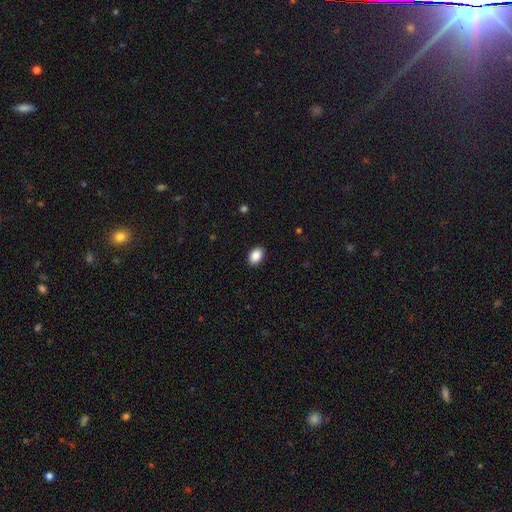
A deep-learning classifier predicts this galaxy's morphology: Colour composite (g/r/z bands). It shows a smooth galaxy with no disk features (89%) that is in between round and cigar-shaped (83%). Merging: none (90%).